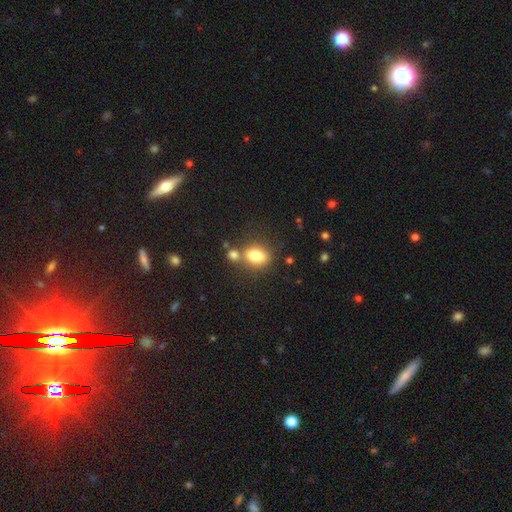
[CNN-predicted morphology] smooth 80%, featured or disk 10%, star or artifact 10%. Down the decision tree: how rounded — in between (72%); merging — none (58%).